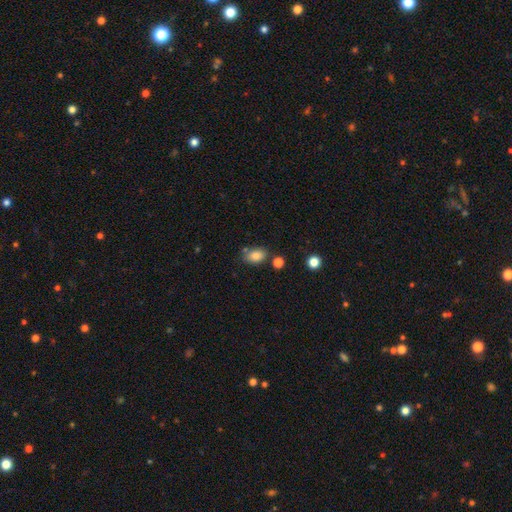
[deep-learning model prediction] Smooth or featured? smooth (84%)
How rounded? in between (81%)
Merging? none (71%)